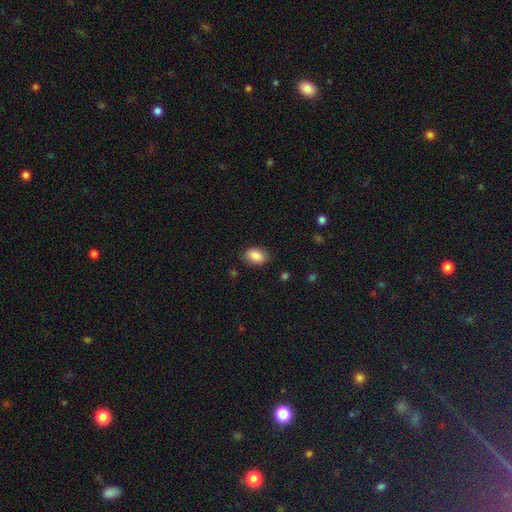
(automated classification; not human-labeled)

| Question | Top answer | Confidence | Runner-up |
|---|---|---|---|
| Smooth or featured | smooth | 87% | star or artifact (8%) |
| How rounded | in between | 87% | round (11%) |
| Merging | none | 85% | minor disturbance (11%) |